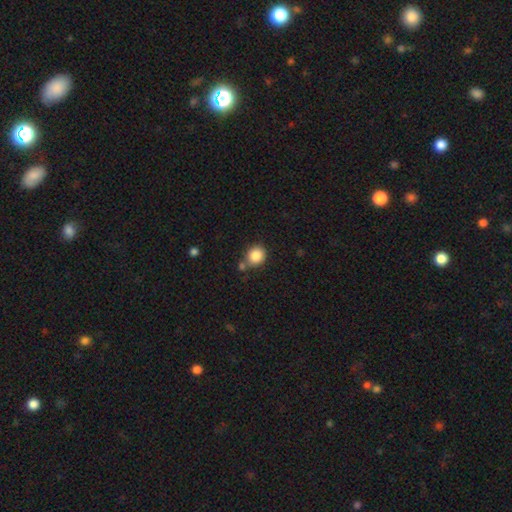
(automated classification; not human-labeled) This appears to be a smooth galaxy with no disk features (86%) that is round (80%). Merging: none (69%).